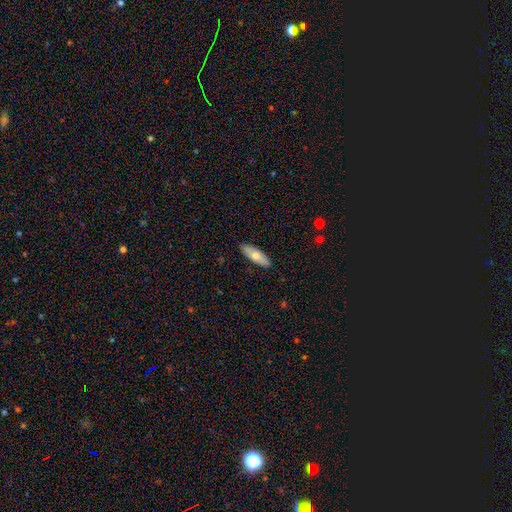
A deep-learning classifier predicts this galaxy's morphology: Smooth or featured?
  - smooth: 66% *
  - featured or disk: 29%
  - star or artifact: 5%
How rounded?
  - in between: 59% *
  - cigar-shaped: 39%
  - round: 2%
Merging?
  - none: 89% *
  - minor disturbance: 9%
  - major disturbance: 2%
  - merger: 1%